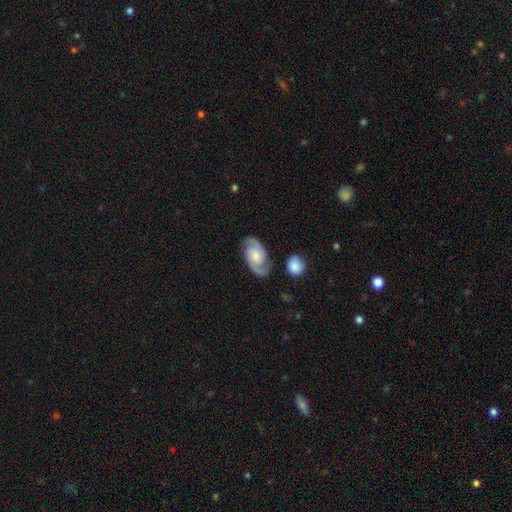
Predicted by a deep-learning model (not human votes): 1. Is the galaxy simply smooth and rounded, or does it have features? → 81% featured or disk, 14% smooth, 5% star or artifact.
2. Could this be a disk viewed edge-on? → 97% no, 3% yes.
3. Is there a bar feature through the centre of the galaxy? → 62% no, 31% weak, 6% strong.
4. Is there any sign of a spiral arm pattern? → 96% yes, 4% no.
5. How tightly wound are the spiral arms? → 51% medium, 33% tight, 16% loose.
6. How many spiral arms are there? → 91% 2, 4% can't tell, 2% 1, 1% 3, 1% 4, 1% more than 4.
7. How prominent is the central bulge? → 45% moderate, 23% small, 20% large, 10% none, 3% dominant.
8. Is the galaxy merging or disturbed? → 79% none, 13% minor disturbance, 4% major disturbance, 4% merger.